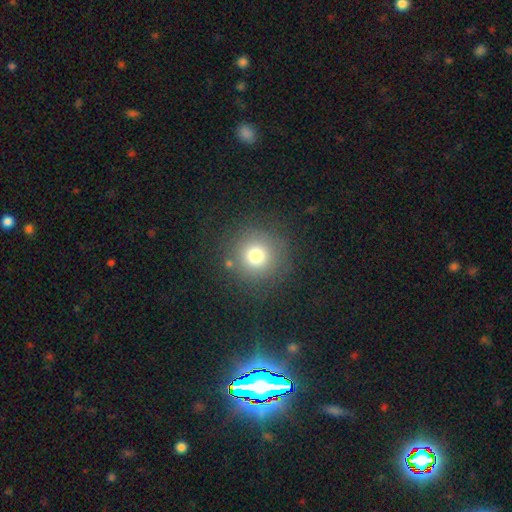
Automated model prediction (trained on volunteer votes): A smooth galaxy with no disk features (74%) that is round (95%). Merging: none (84%).